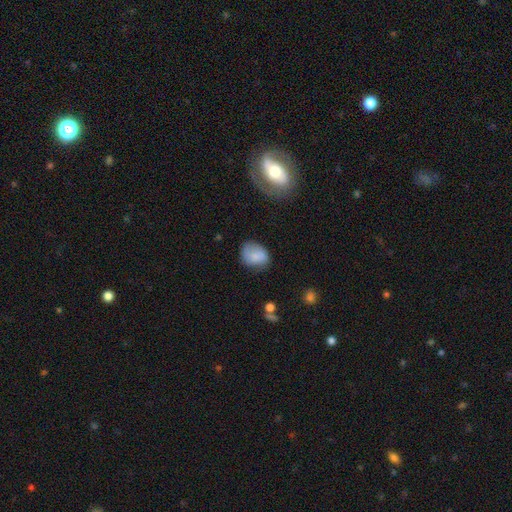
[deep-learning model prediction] Q: Smooth or featured?
A: smooth (79%); runner-up: featured or disk (12%)
Q: How rounded?
A: in between (57%); runner-up: round (42%)
Q: Merging?
A: none (60%); runner-up: minor disturbance (29%)